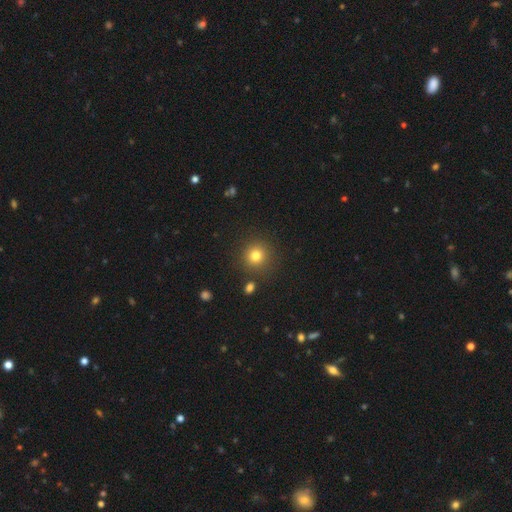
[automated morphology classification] Overall: smooth (79%). How rounded: round (93%). Merging: none (87%).